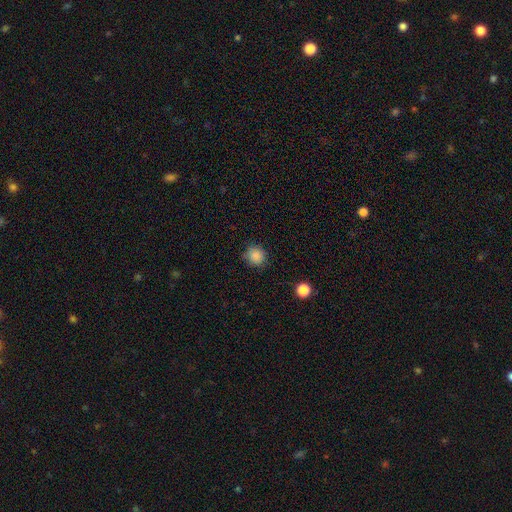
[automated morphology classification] smooth-or-featured: smooth: 86% | star or artifact: 10% | featured or disk: 3%
  how-rounded: round: 85% | in between: 14% | cigar-shaped: 1%
  merging: none: 84% | minor disturbance: 12% | major disturbance: 3% | merger: 1%